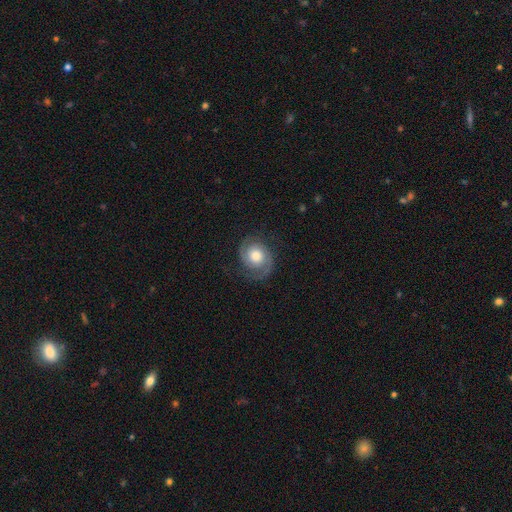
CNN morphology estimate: Smooth or featured? Predicted: featured or disk (p=0.82). Edge-on disk? Predicted: no (p=0.98). Bar? Predicted: no (p=0.75). Spiral arms? Predicted: yes (p=0.96). Spiral winding? Predicted: tight (p=0.46). Spiral arm count? Predicted: 2 (p=0.91). Bulge size? Predicted: moderate (p=0.49). Merging? Predicted: none (p=0.77).